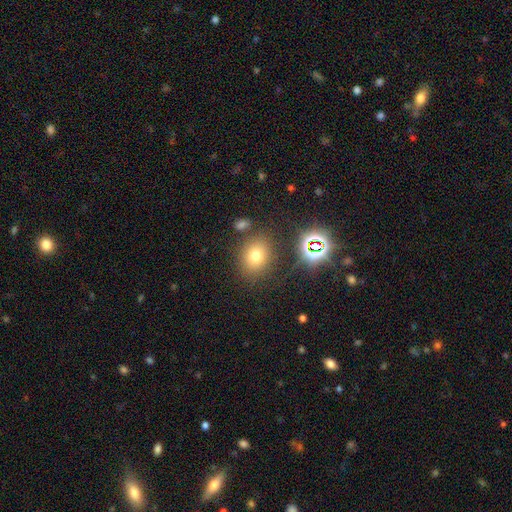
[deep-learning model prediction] A smooth galaxy with no disk features (71%) that is round (57%). Merging: none (79%).